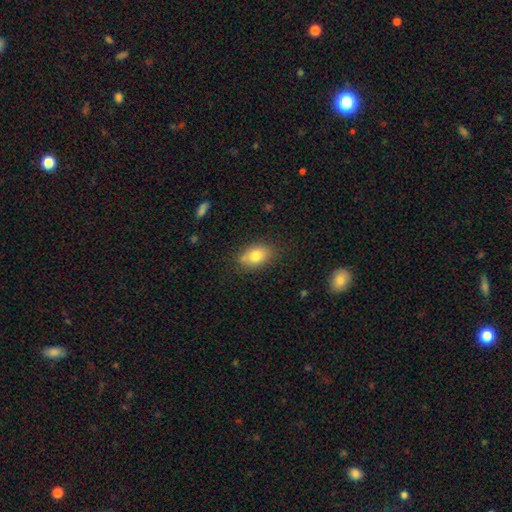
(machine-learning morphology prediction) Overall: smooth (79%). How rounded: in between (82%). Merging: none (76%).